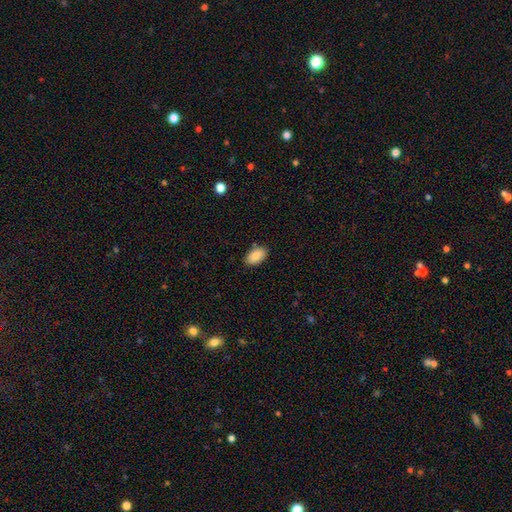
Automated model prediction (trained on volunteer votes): A smooth galaxy with no disk features (87%) that is in between round and cigar-shaped (94%). Merging: none (85%).